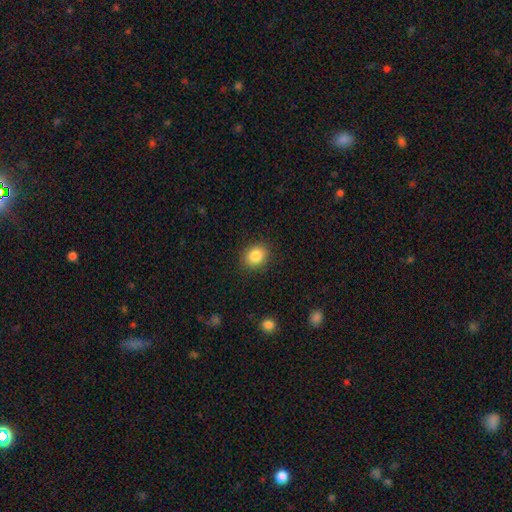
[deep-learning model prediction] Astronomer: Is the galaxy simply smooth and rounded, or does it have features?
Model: smooth — 85%.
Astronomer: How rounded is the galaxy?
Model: round — 60% (runner-up: in between, 39%).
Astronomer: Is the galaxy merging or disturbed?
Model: none — 89%.